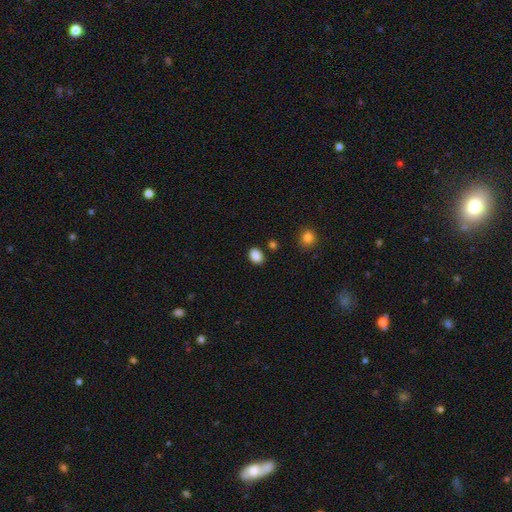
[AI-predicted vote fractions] A smooth galaxy with no disk features (88%) that is in between round and cigar-shaped (65%).

Vote fractions:
- Smooth or featured? smooth: 88% / star or artifact: 9% / featured or disk: 3%
- How rounded? in between: 65% / round: 34% / cigar-shaped: 1%
- Merging? none: 85% / minor disturbance: 9% / merger: 3% / major disturbance: 3%